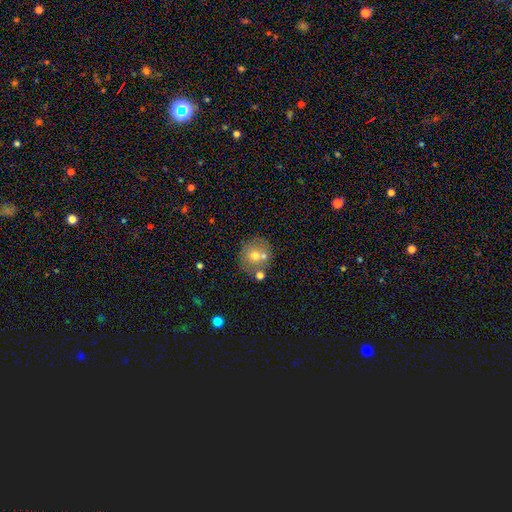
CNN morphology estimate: This appears to be a smooth galaxy with no disk features (62%) that is round (86%). Merging: none (61%).